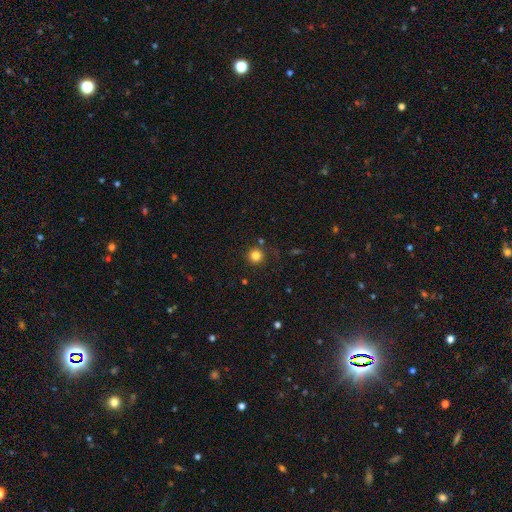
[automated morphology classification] The model was most divided on "smooth or featured": smooth: 82%, star or artifact: 13%, featured or disk: 5%. More confident: how rounded — round (94%); merging — none (85%).